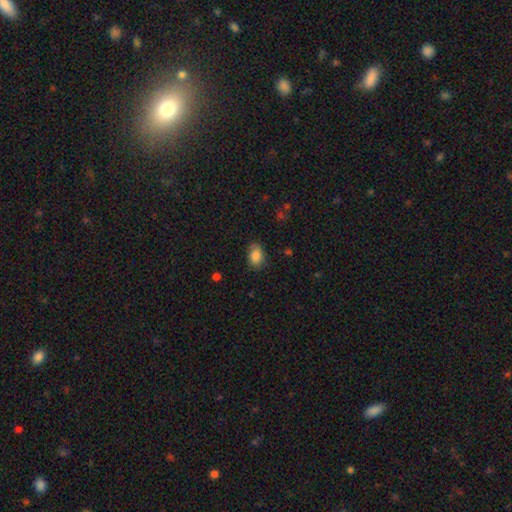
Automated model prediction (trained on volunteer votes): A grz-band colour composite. It shows a smooth galaxy with no disk features (86%) that is in between round and cigar-shaped (81%). Merging: none (78%).